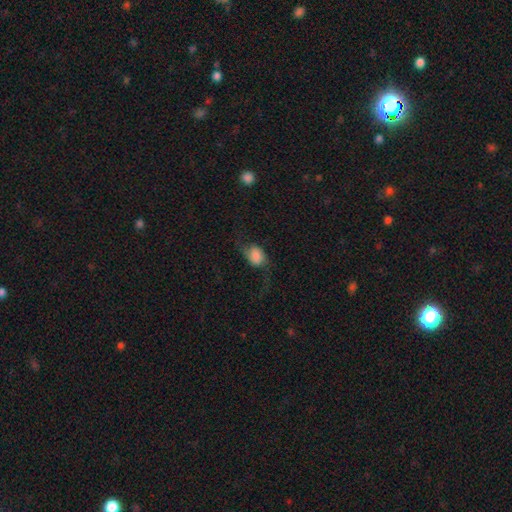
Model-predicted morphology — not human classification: smooth 60%, featured or disk 30%, star or artifact 10%. Down the decision tree: how rounded — in between (70%); merging — none (47%).